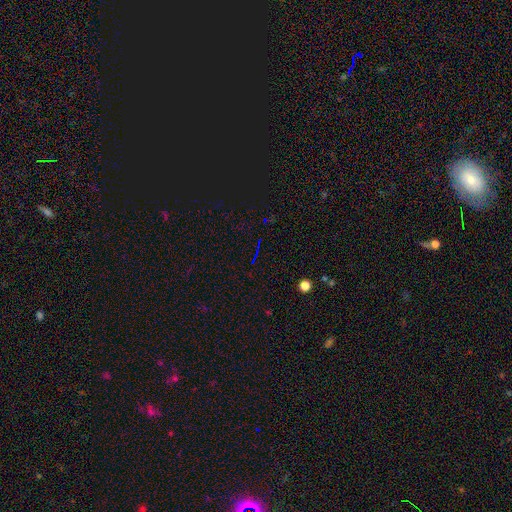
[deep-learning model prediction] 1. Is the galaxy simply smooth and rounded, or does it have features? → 76% star or artifact, 13% smooth, 11% featured or disk.